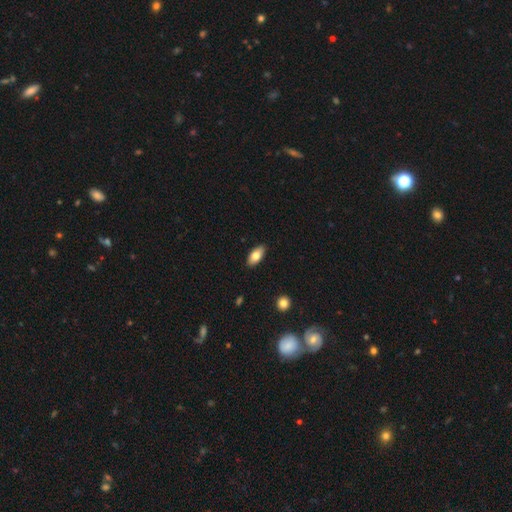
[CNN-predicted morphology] Q: Smooth or featured?
A: smooth (78%); runner-up: featured or disk (16%)
Q: How rounded?
A: in between (91%); runner-up: cigar-shaped (6%)
Q: Merging?
A: none (89%); runner-up: minor disturbance (8%)